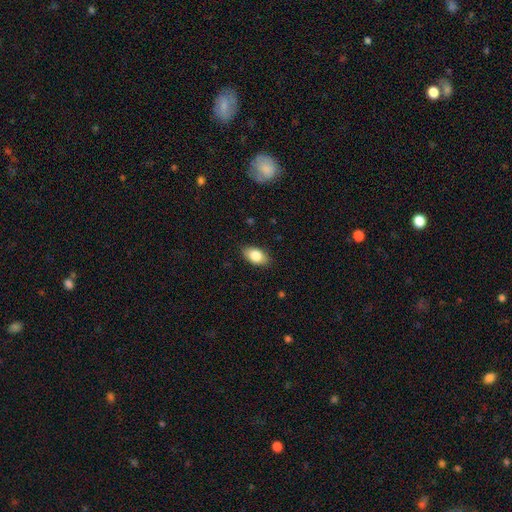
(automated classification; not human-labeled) Morphology: type=smooth (82%); roundness=in between (90%); merging=none (86%).